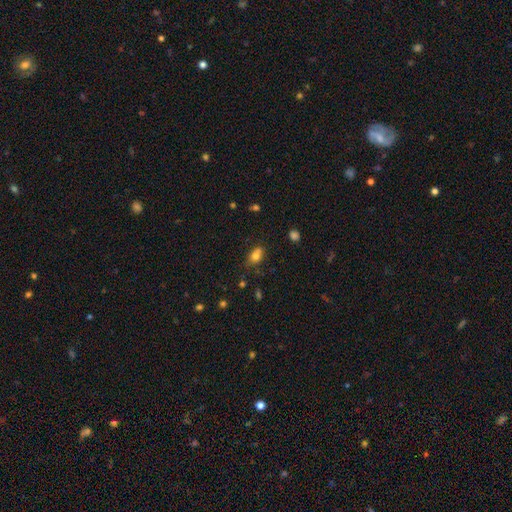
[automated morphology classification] Q: Smooth or featured?
A: smooth (76%); runner-up: star or artifact (13%)
Q: How rounded?
A: in between (67%); runner-up: round (30%)
Q: Merging?
A: none (53%); runner-up: minor disturbance (24%)